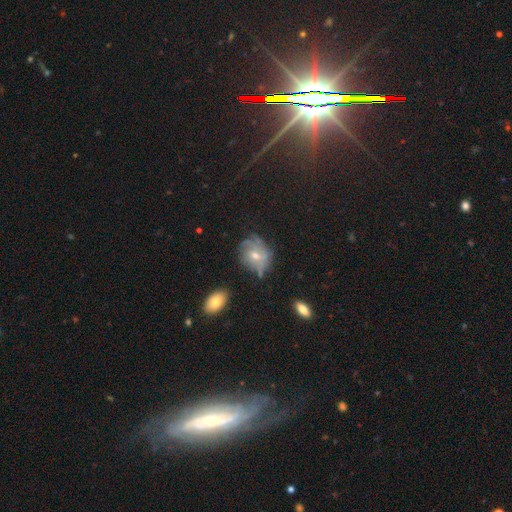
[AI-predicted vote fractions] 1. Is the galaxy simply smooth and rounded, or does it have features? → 53% featured or disk, 29% smooth, 19% star or artifact.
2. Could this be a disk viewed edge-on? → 94% no, 6% yes.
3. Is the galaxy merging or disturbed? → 61% none, 25% minor disturbance, 11% major disturbance, 3% merger.